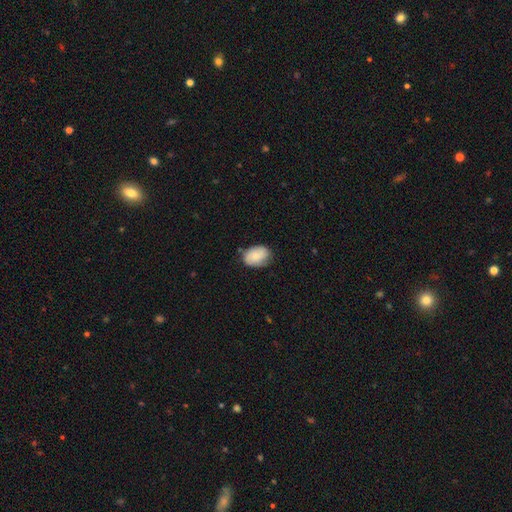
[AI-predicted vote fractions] smooth-or-featured: smooth: 79% | featured or disk: 15% | star or artifact: 7%
  how-rounded: in between: 81% | round: 18% | cigar-shaped: 1%
  merging: none: 72% | minor disturbance: 23% | major disturbance: 4% | merger: 2%